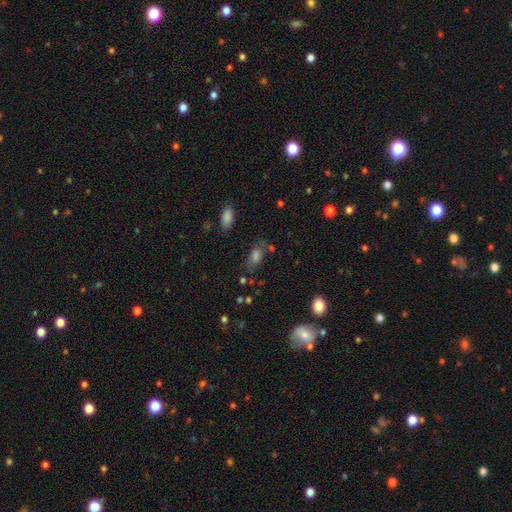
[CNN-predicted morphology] Smooth or featured: smooth — 68% (featured or disk — 16%)
How rounded: in between — 85% (round — 8%)
Merging: none — 66% (minor disturbance — 19%)